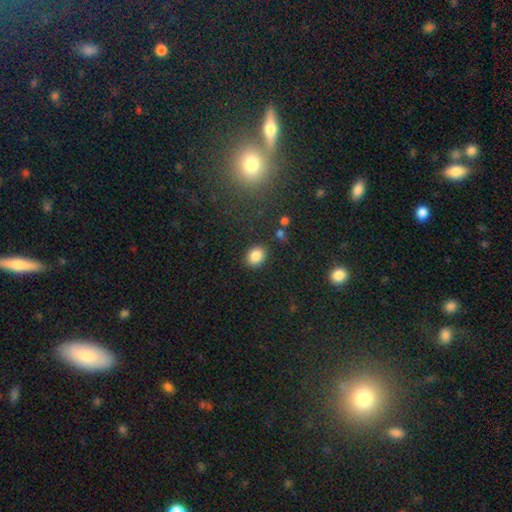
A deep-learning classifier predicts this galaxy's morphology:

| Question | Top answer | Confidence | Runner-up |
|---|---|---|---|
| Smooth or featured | smooth | 85% | star or artifact (10%) |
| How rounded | in between | 51% | round (48%) |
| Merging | none | 87% | minor disturbance (8%) |